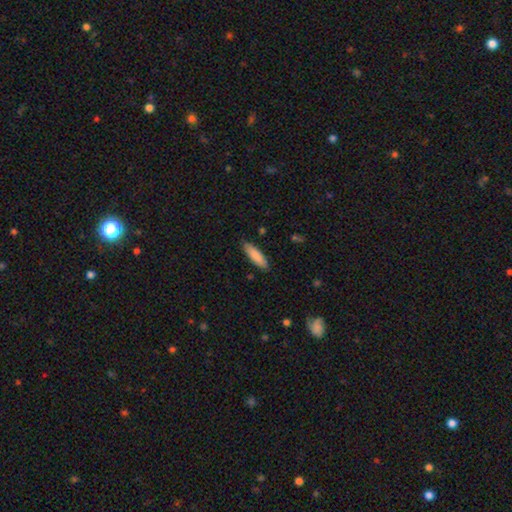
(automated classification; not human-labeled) Smooth or featured: smooth — 85% (featured or disk — 9%)
How rounded: cigar-shaped — 57% (in between — 42%)
Merging: none — 87% (minor disturbance — 10%)